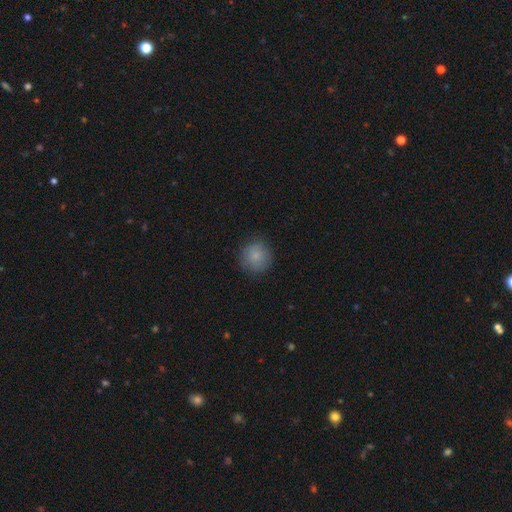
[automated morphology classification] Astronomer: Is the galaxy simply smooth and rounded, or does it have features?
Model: smooth — 84%.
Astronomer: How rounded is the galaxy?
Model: round — 91%.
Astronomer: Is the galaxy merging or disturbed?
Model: none — 83%.